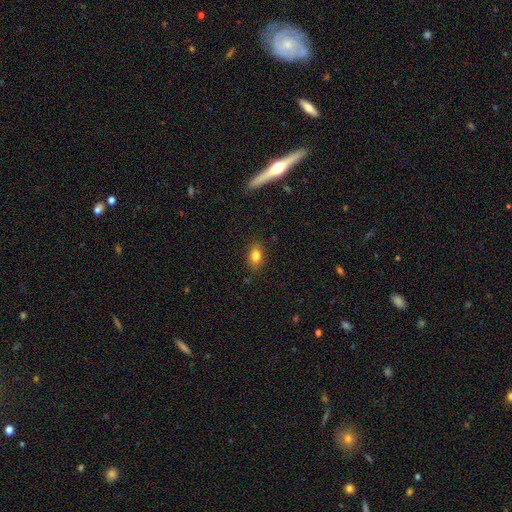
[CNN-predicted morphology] Smooth or featured? Predicted: smooth (p=0.82). How rounded? Predicted: in between (p=0.80). Merging? Predicted: none (p=0.85).